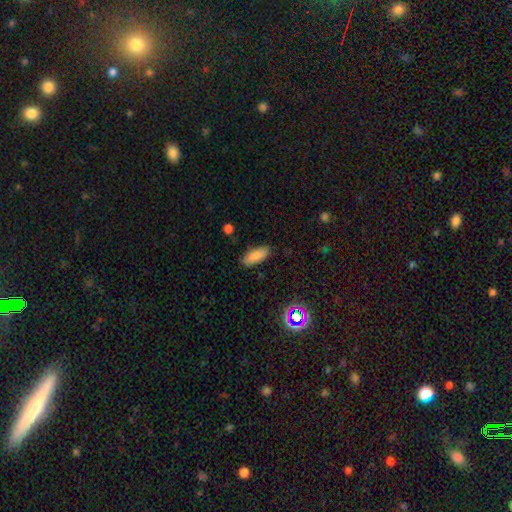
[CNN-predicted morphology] smooth-or-featured: smooth: 86% | star or artifact: 8% | featured or disk: 6%
  how-rounded: in between: 74% | cigar-shaped: 24% | round: 2%
  merging: none: 86% | minor disturbance: 10% | major disturbance: 2% | merger: 1%